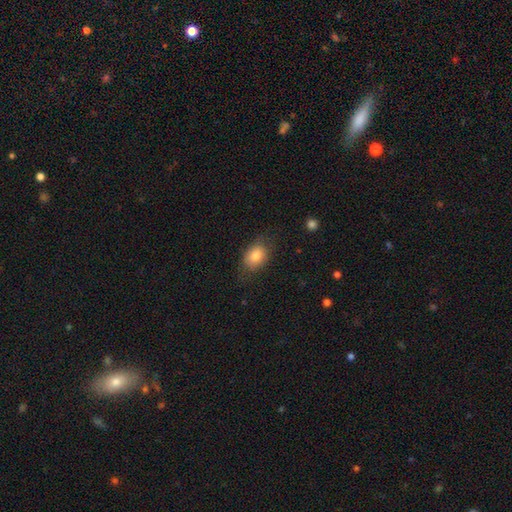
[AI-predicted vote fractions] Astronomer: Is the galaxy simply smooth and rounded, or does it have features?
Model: smooth — 81%.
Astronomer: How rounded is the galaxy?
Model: in between — 75%.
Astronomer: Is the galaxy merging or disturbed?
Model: none — 71%.